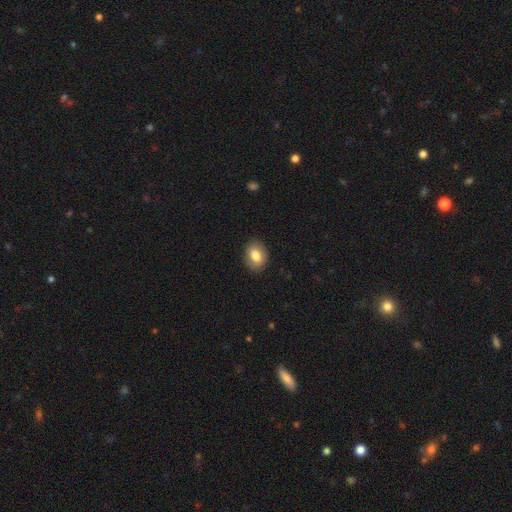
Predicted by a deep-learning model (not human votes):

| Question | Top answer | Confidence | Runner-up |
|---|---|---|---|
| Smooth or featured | smooth | 81% | featured or disk (11%) |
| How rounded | in between | 70% | round (29%) |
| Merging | none | 87% | minor disturbance (10%) |